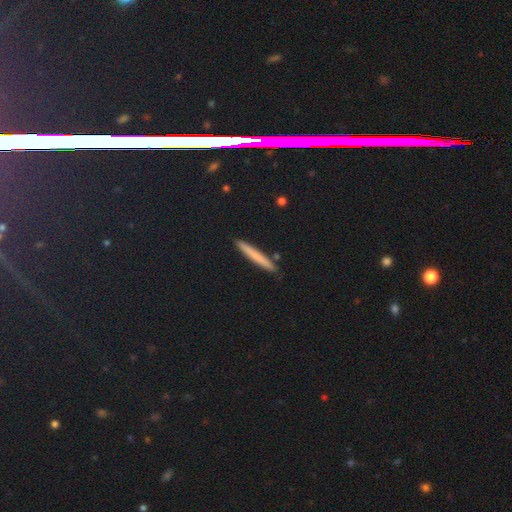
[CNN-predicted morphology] smooth_or_featured: smooth (p=0.70) [alt: featured or disk p=0.23]
how_rounded: cigar-shaped (p=0.96) [alt: in between p=0.02]
merging: none (p=0.90) [alt: minor disturbance p=0.07]